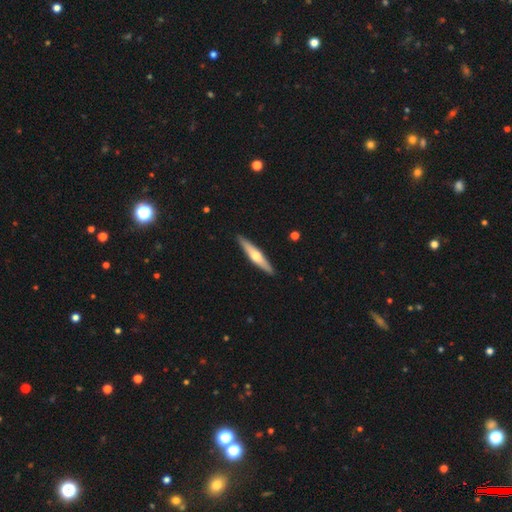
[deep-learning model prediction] The model was most divided on "smooth or featured": featured or disk: 56%, smooth: 39%, star or artifact: 5%. More confident: edge-on disk — yes (94%); edge-on bulge — rounded (92%); merging — none (91%).